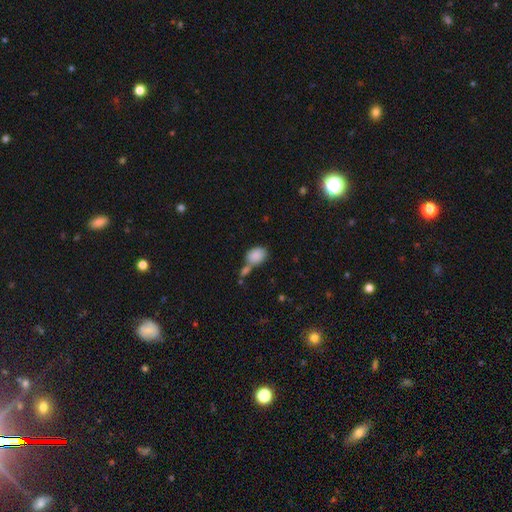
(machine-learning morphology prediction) Smooth or featured?
  - smooth: 87% *
  - star or artifact: 8%
  - featured or disk: 6%
How rounded?
  - in between: 70% *
  - round: 28%
  - cigar-shaped: 1%
Merging?
  - none: 42% *
  - merger: 38%
  - minor disturbance: 14%
  - major disturbance: 6%